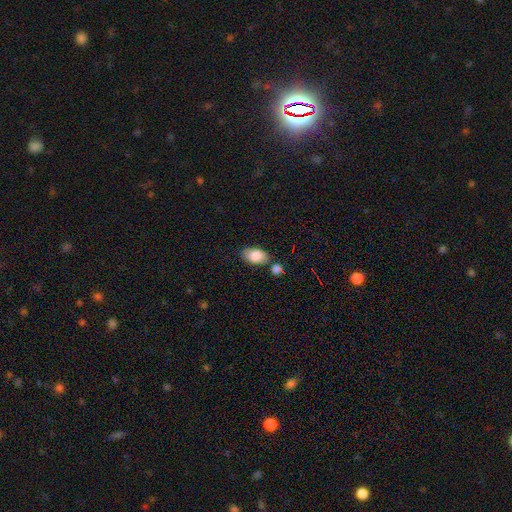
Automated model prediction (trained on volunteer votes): Smooth or featured? smooth (86%)
How rounded? in between (92%)
Merging? none (68%)